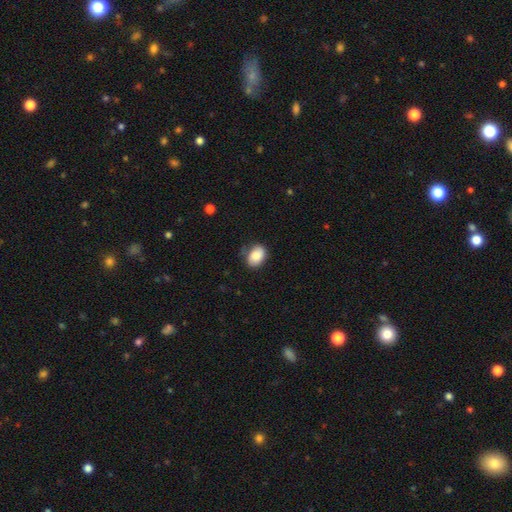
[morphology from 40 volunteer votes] Overall: smooth (80%). How rounded: in between (84%). Merging: none (63%; minor disturbance 26%).